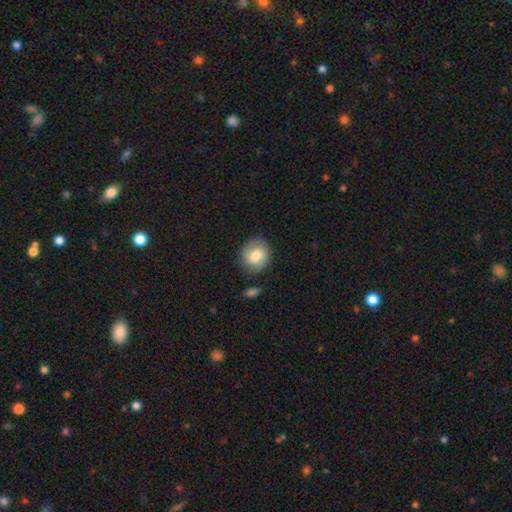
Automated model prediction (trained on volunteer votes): This appears to be a smooth galaxy with no disk features (76%) that is round (73%). Merging: none (79%).